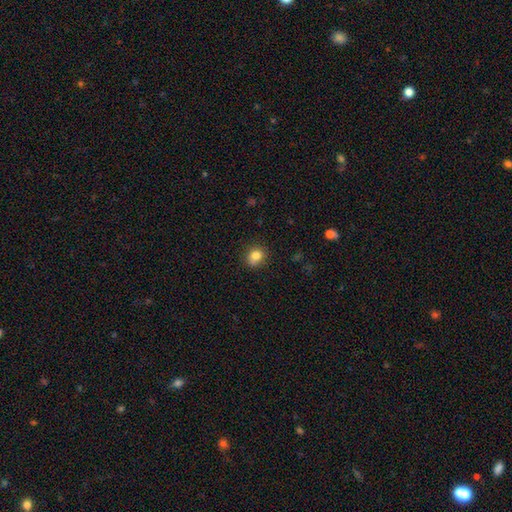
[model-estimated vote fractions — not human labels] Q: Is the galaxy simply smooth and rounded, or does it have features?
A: smooth — 81%.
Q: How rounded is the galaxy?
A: round — 72%.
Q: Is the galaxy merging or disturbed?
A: none — 69%.